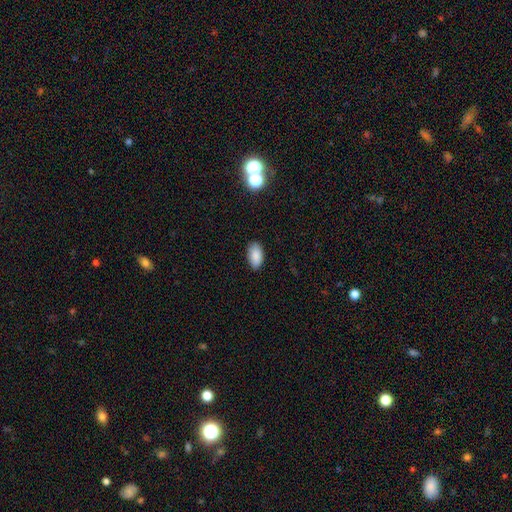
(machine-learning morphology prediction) type=smooth (88%); roundness=in between (94%); merging=none (86%).